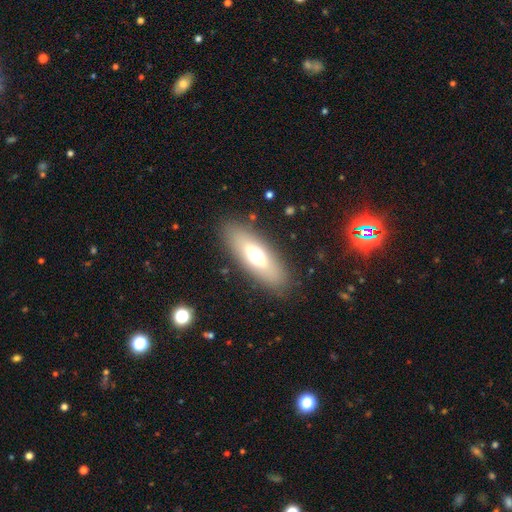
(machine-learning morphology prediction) Smooth or featured? Predicted: smooth (p=0.63). How rounded? Predicted: in between (p=0.67). Merging? Predicted: none (p=0.86).